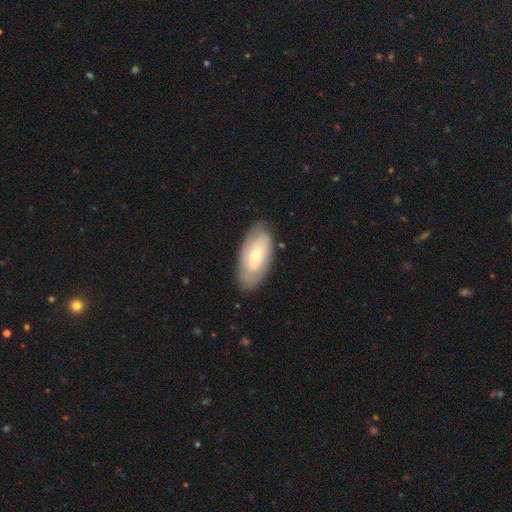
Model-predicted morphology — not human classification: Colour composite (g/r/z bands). It shows a smooth galaxy with no disk features (51%) that is in between round and cigar-shaped (91%). Merging: none (81%).